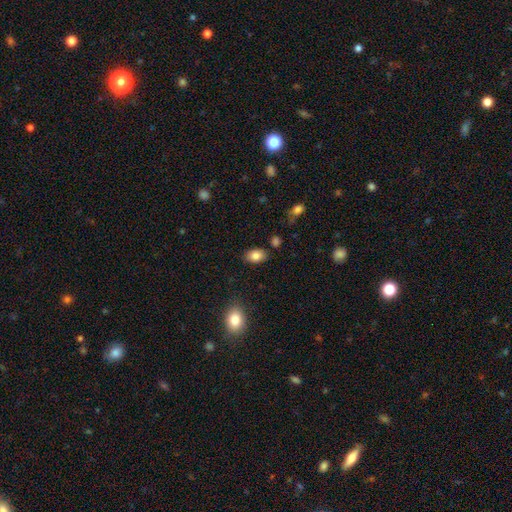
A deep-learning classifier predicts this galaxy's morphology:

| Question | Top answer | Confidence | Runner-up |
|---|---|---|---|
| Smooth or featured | smooth | 85% | star or artifact (8%) |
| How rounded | in between | 85% | round (14%) |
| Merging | none | 83% | minor disturbance (11%) |